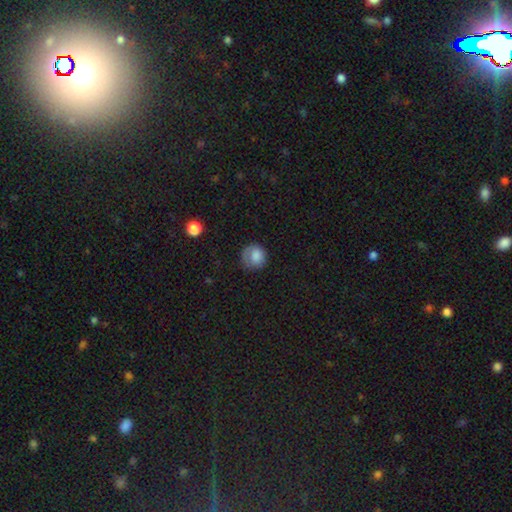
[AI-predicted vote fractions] Smooth or featured: smooth — 79% (featured or disk — 12%)
How rounded: round — 82% (in between — 17%)
Merging: none — 63% (minor disturbance — 23%)